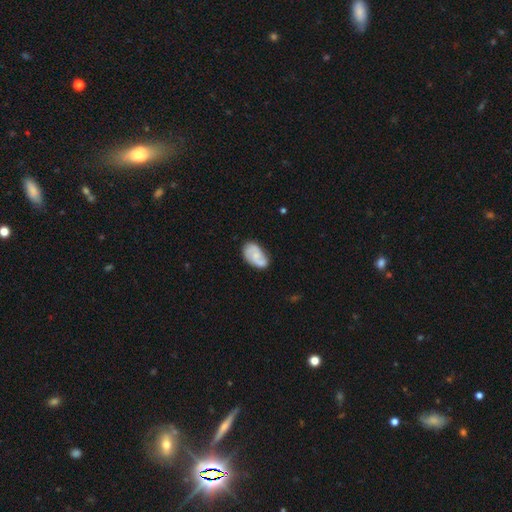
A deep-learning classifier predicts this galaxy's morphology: The model was most divided on "smooth or featured": featured or disk: 53%, smooth: 40%, star or artifact: 6%. Remaining: edge-on disk — no (97%); spiral arms — yes (84%); bar — no (66%); merging — none (63%); bulge size — small (49%).